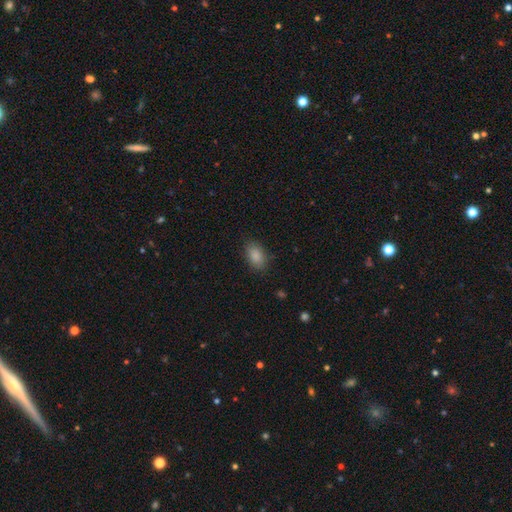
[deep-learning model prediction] smooth_or_featured: smooth (p=0.88) [alt: star or artifact p=0.08]
how_rounded: in between (p=0.90) [alt: round p=0.08]
merging: none (p=0.85) [alt: minor disturbance p=0.11]